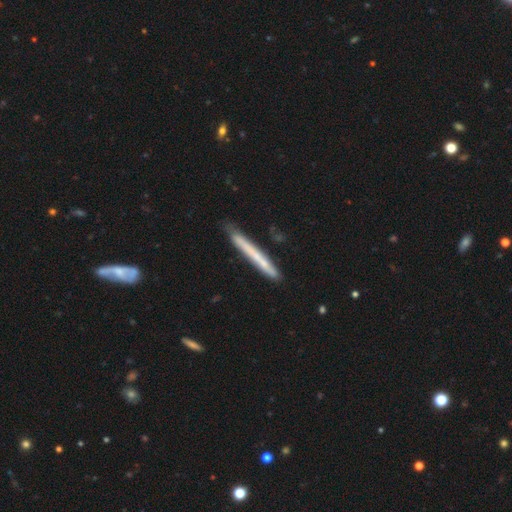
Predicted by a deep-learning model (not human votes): Overall: smooth (51%; featured or disk 42%). How rounded: cigar-shaped (97%). Merging: none (79%).